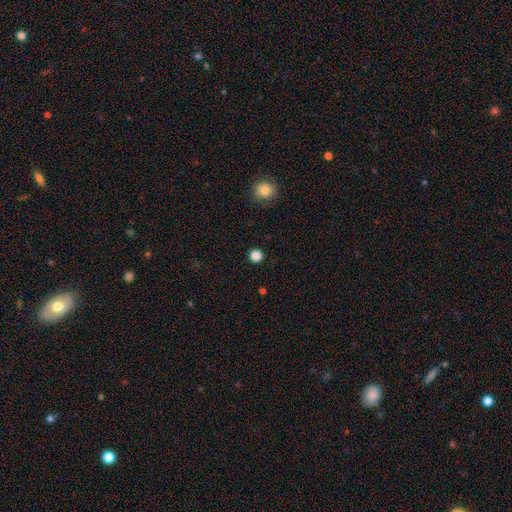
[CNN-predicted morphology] A smooth galaxy with no disk features (85%) that is round (95%).

Vote fractions:
- Smooth or featured? smooth: 85% / star or artifact: 12% / featured or disk: 3%
- How rounded? round: 95% / in between: 4% / cigar-shaped: 1%
- Merging? none: 93% / minor disturbance: 4% / major disturbance: 2% / merger: 1%